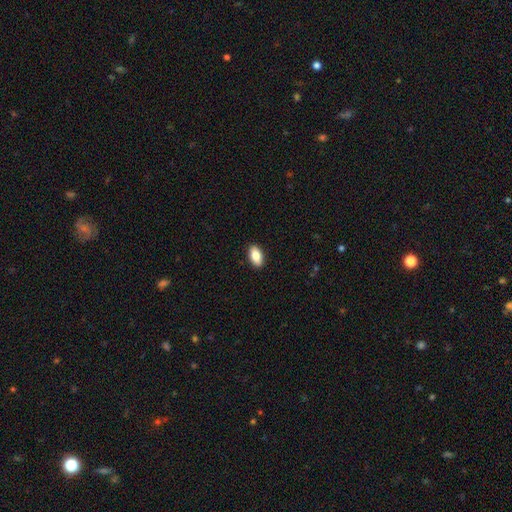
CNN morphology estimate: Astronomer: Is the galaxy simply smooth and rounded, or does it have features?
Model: smooth — 83%.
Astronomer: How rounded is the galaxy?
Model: in between — 91%.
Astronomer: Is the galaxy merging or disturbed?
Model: none — 91%.